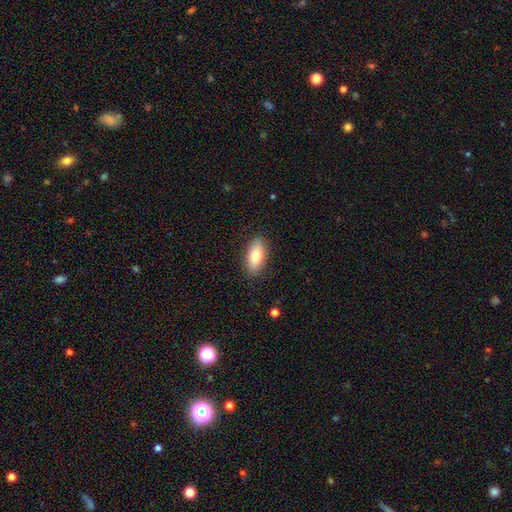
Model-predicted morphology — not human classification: smooth-or-featured: smooth: 81% | featured or disk: 13% | star or artifact: 6%
  how-rounded: in between: 88% | cigar-shaped: 9% | round: 3%
  merging: none: 87% | minor disturbance: 10% | major disturbance: 2% | merger: 1%